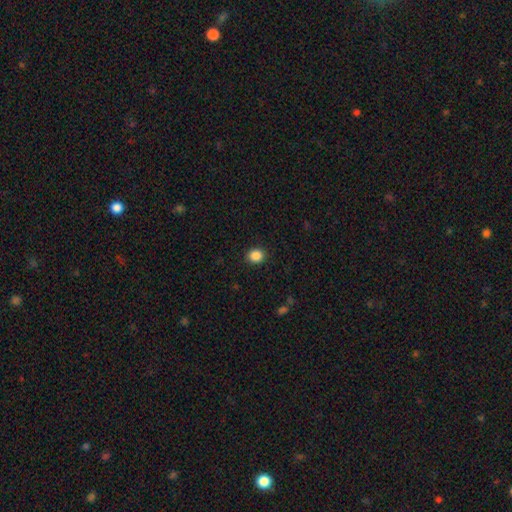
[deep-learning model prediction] The model was most divided on "how rounded": round: 74%, in between: 25%, cigar-shaped: 1%. More confident: merging — none (91%); smooth or featured — smooth (87%).